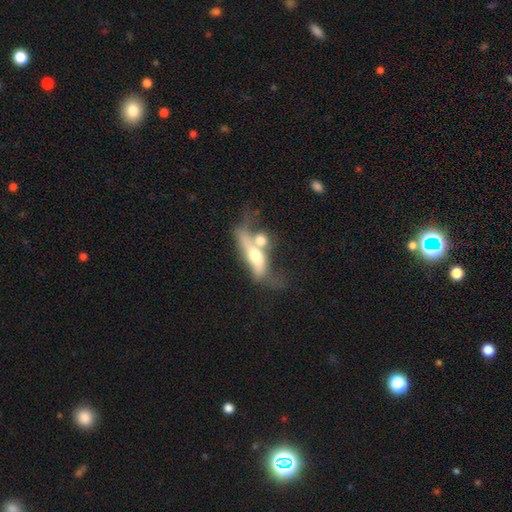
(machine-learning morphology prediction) Smooth or featured? Predicted: smooth (p=0.46, tied with featured or disk). Merging? Predicted: merger (p=0.60).